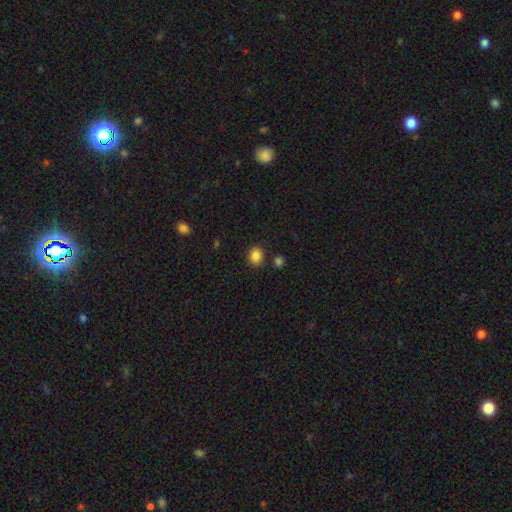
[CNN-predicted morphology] Smooth or featured? Predicted: smooth (p=0.85). How rounded? Predicted: round (p=0.72). Merging? Predicted: none (p=0.84).